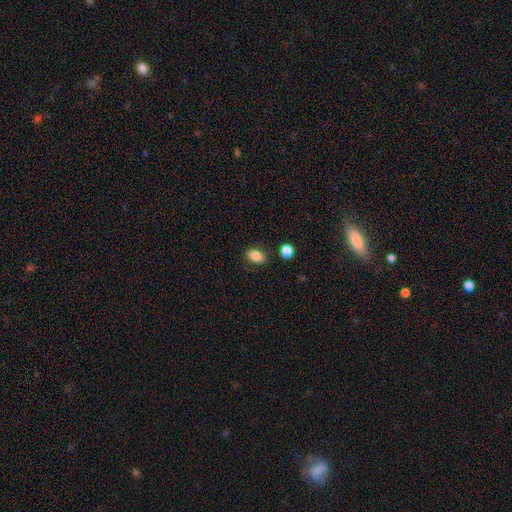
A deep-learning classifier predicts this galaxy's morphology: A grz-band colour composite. It shows a smooth galaxy with no disk features (85%) that is in between round and cigar-shaped (83%). Merging: none (84%).